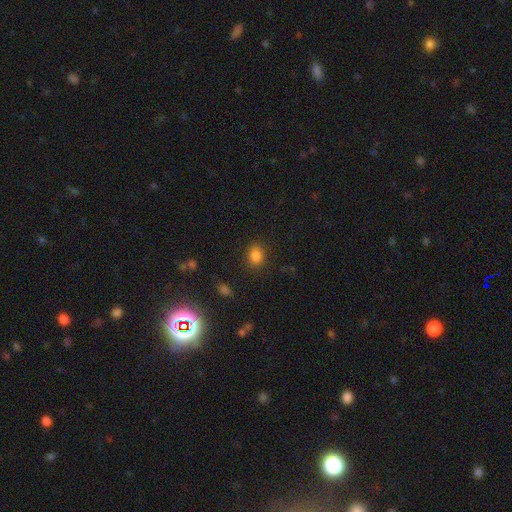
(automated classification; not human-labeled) Smooth or featured? smooth (83%)
How rounded? round (55%)
Merging? none (85%)